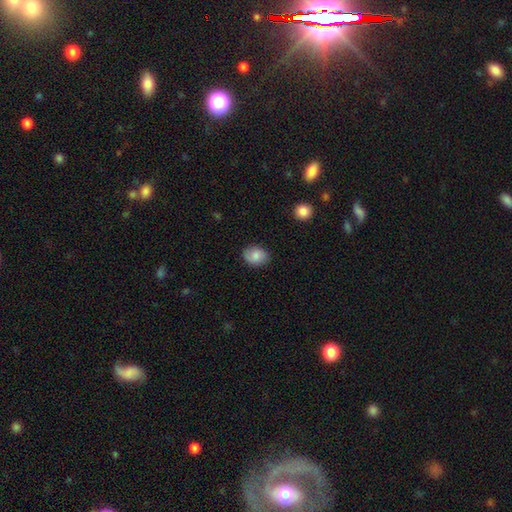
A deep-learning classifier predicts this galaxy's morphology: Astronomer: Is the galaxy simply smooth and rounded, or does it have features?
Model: smooth — 77%.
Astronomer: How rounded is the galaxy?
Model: in between — 57% (runner-up: round, 42%).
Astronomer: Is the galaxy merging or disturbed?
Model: none — 81%.